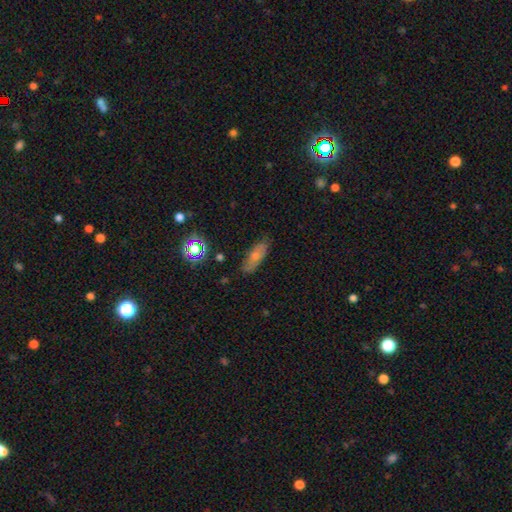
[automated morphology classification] Smooth or featured? smooth (66%)
How rounded? in between (68%)
Merging? none (75%)